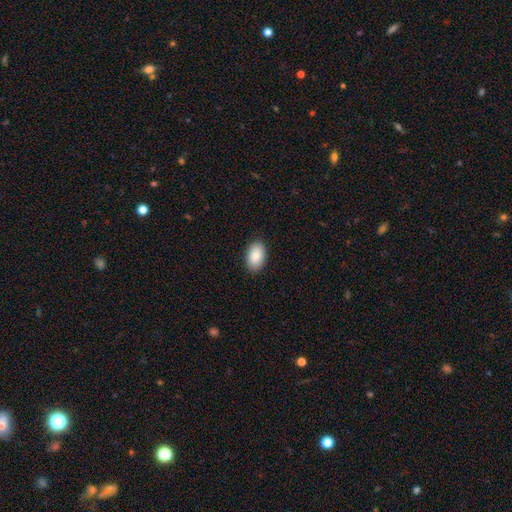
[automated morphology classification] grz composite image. It shows a smooth galaxy with no disk features (86%) that is in between round and cigar-shaped (93%). Merging: none (89%).